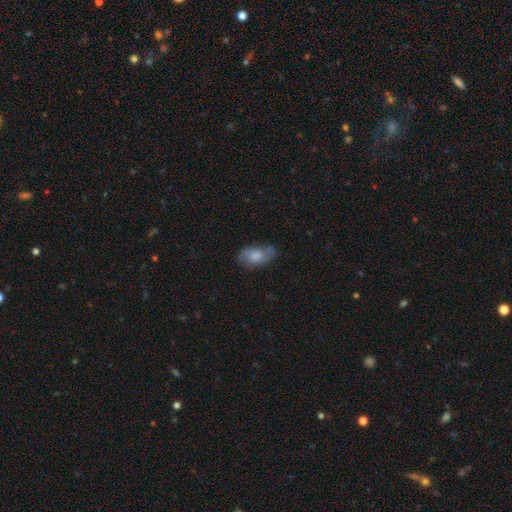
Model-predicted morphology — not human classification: smooth 65%, featured or disk 28%, star or artifact 7%. Down the decision tree: how rounded — in between (91%); merging — none (67%).